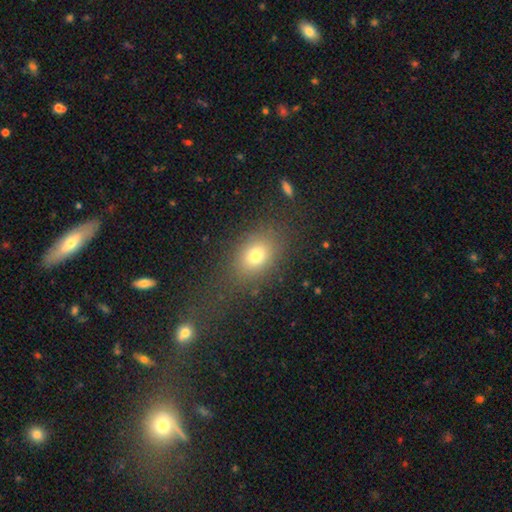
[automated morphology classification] smooth-or-featured: smooth: 74% | star or artifact: 14% | featured or disk: 12%
  how-rounded: in between: 71% | round: 27% | cigar-shaped: 2%
  merging: none: 69% | minor disturbance: 13% | major disturbance: 10% | merger: 8%